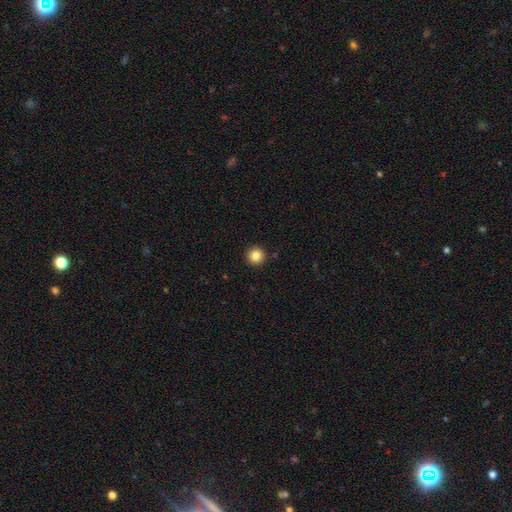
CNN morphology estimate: smooth 85%, star or artifact 10%, featured or disk 5%. Down the decision tree: how rounded — round (96%); merging — none (93%).